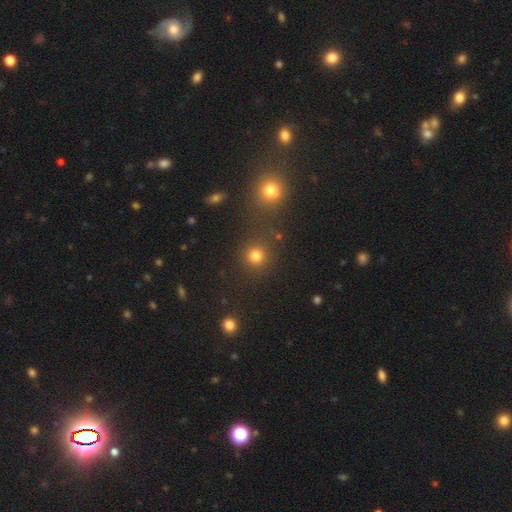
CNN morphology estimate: The model was most divided on "smooth or featured": smooth: 79%, star or artifact: 16%, featured or disk: 5%. More confident: how rounded — round (92%); merging — none (82%).